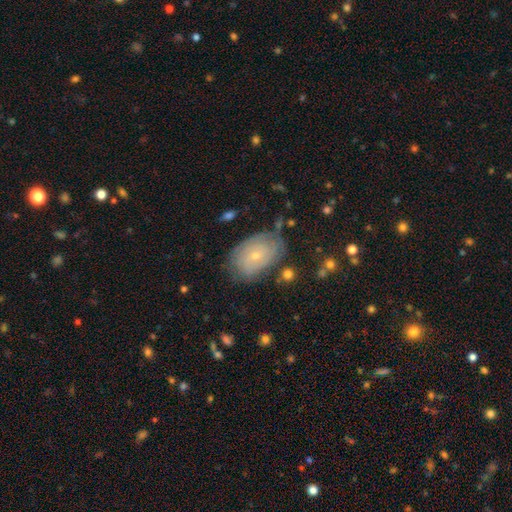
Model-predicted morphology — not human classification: type=featured or disk (53%); edge-on=no (94%); bar=no (81%); spiral arms=yes (70%); bulge=small (77%); merging=none (69%).